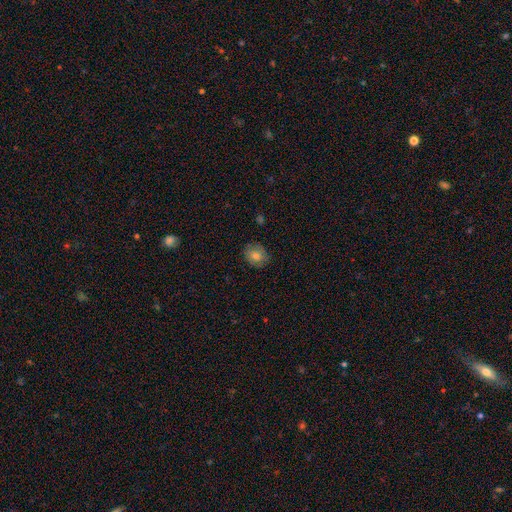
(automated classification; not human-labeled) The model was most divided on "how rounded": round: 60%, in between: 39%, cigar-shaped: 1%. More confident: merging — none (83%); smooth or featured — smooth (77%).